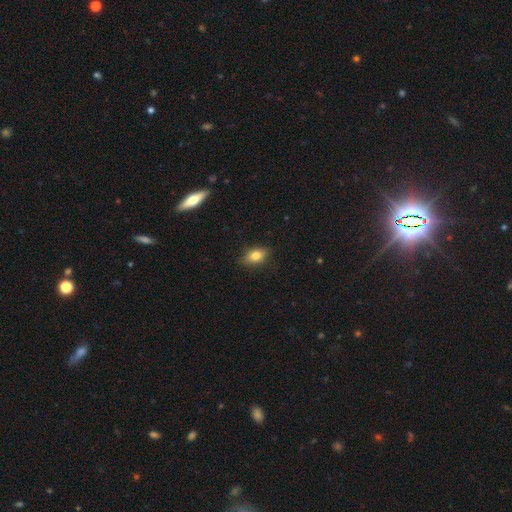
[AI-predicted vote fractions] Smooth or featured?
  - smooth: 78% *
  - featured or disk: 13%
  - star or artifact: 9%
How rounded?
  - in between: 80% *
  - round: 15%
  - cigar-shaped: 5%
Merging?
  - none: 85% *
  - minor disturbance: 12%
  - major disturbance: 2%
  - merger: 1%